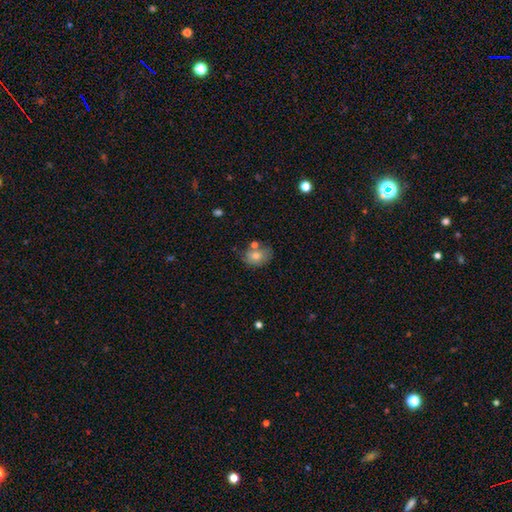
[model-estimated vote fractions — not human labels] A smooth galaxy with no disk features (71%) that is in between round and cigar-shaped (67%). Merging: none (57%).